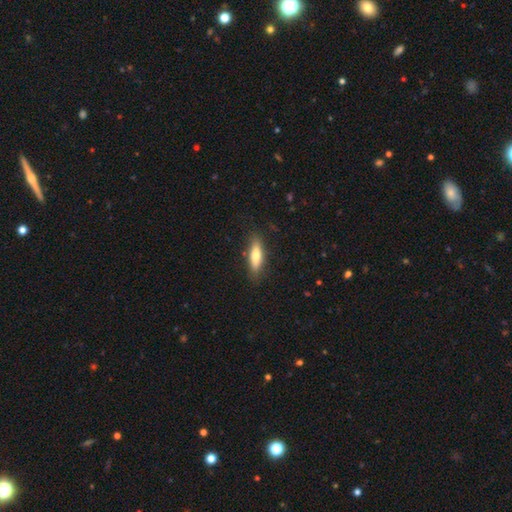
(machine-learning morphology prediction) smooth-or-featured: smooth: 73% | featured or disk: 21% | star or artifact: 6%
  how-rounded: cigar-shaped: 55% | in between: 43% | round: 2%
  merging: none: 83% | minor disturbance: 13% | major disturbance: 3% | merger: 1%